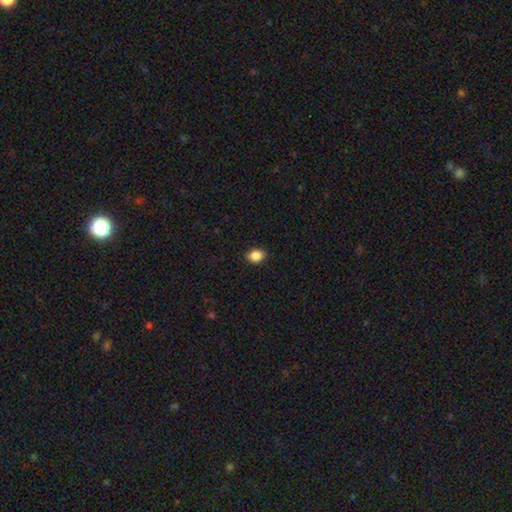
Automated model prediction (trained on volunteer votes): Morphology: type=smooth (87%); roundness=in between (55%); merging=none (90%).